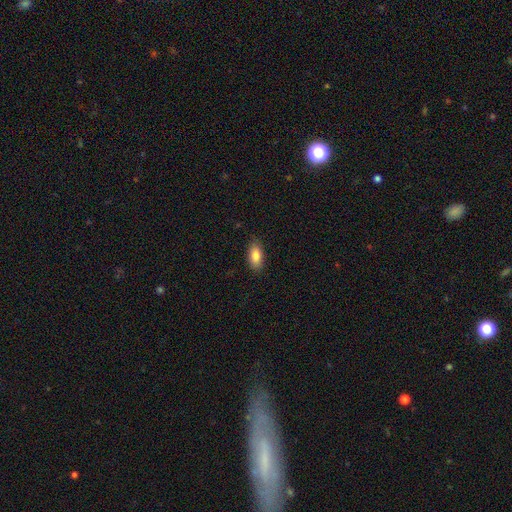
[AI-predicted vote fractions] Smooth or featured: smooth — 84% (featured or disk — 9%)
How rounded: in between — 90% (cigar-shaped — 7%)
Merging: none — 85% (minor disturbance — 11%)